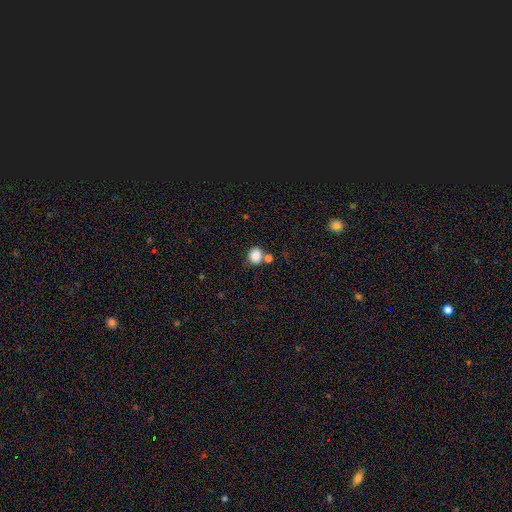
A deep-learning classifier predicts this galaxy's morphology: A smooth galaxy with no disk features (86%) that is round (70%).

Vote fractions:
- Smooth or featured? smooth: 86% / star or artifact: 10% / featured or disk: 4%
- How rounded? round: 70% / in between: 29% / cigar-shaped: 1%
- Merging? none: 64% / merger: 20% / minor disturbance: 12% / major disturbance: 4%